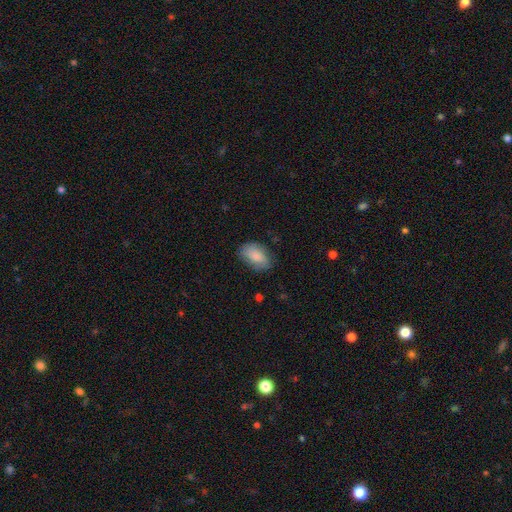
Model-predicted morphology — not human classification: type=smooth (80%); roundness=in between (91%); merging=none (71%).